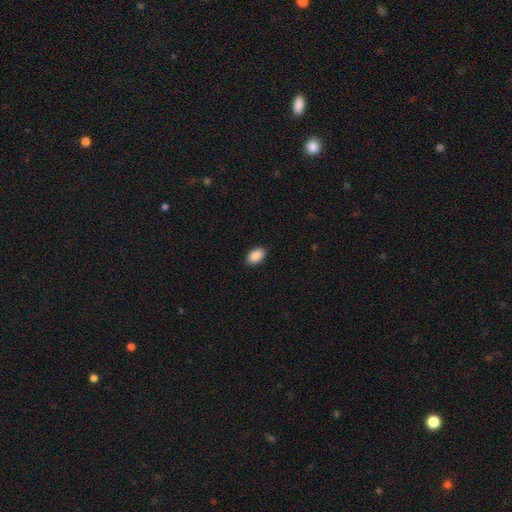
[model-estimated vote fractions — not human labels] smooth 90%, star or artifact 7%, featured or disk 4%. Down the decision tree: how rounded — in between (94%); merging — none (90%).